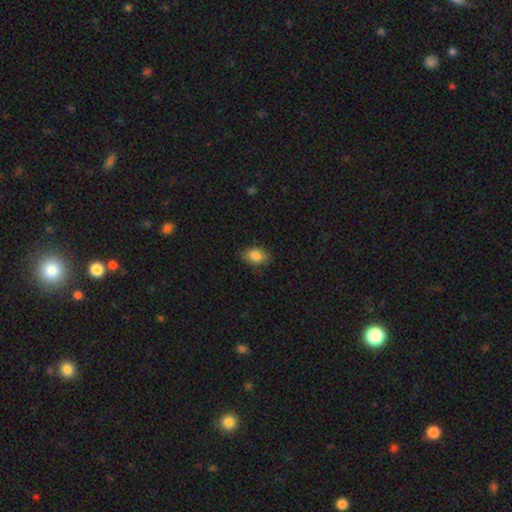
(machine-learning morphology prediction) Smooth or featured? smooth (86%)
How rounded? in between (79%)
Merging? none (80%)